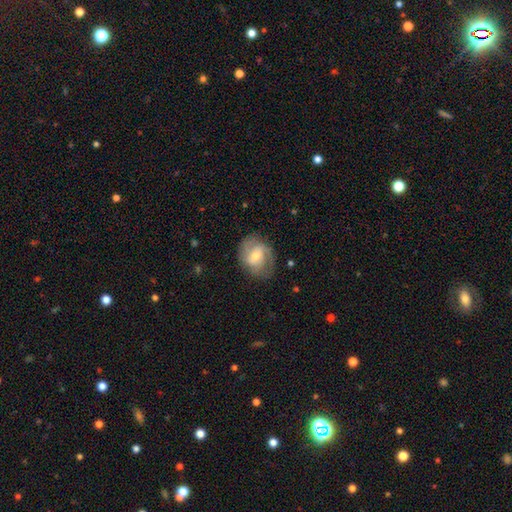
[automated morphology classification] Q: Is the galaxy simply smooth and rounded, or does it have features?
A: featured or disk — 59%.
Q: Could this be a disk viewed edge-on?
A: no — 97%.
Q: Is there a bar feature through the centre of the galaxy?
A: weak — 46%.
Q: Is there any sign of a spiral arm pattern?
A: yes — 80%.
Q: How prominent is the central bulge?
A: moderate — 53%.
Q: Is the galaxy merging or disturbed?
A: none — 69%.